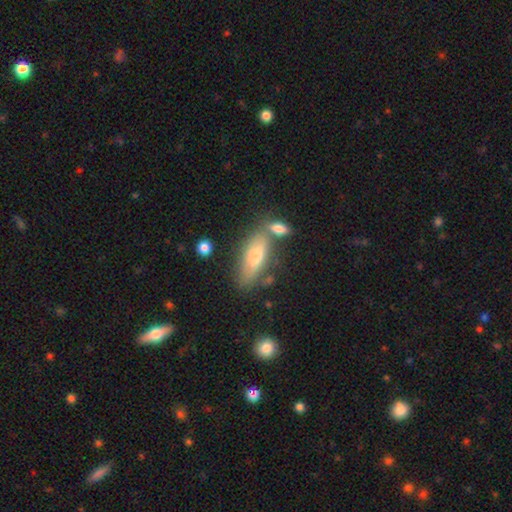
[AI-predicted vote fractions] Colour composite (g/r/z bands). It shows a smooth galaxy with no disk features (63%) that is in between round and cigar-shaped (62%). Merging: none (61%).